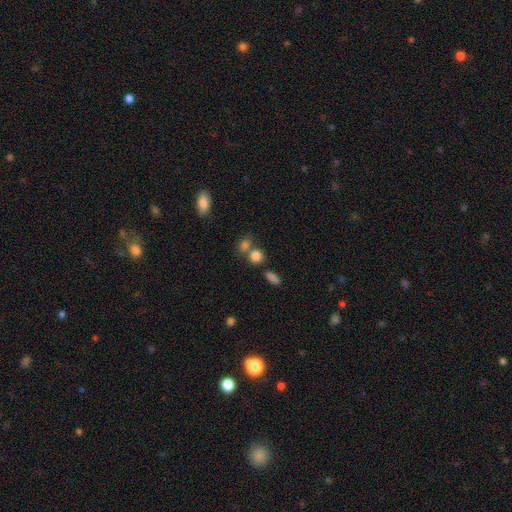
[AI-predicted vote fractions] smooth-or-featured: smooth: 81% | star or artifact: 12% | featured or disk: 7%
  how-rounded: round: 71% | in between: 28% | cigar-shaped: 2%
  merging: none: 54% | merger: 32% | minor disturbance: 10% | major disturbance: 4%